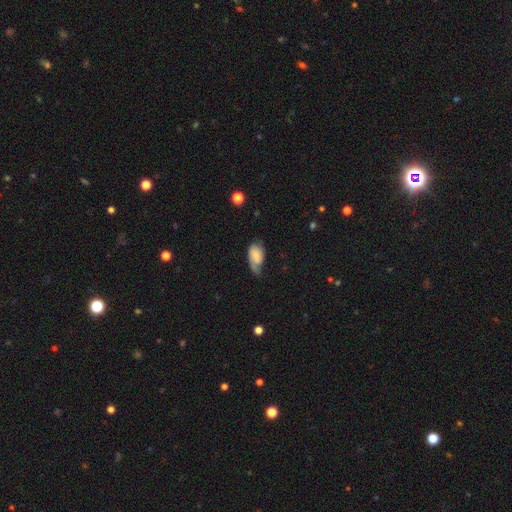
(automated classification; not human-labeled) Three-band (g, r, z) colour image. It shows a smooth galaxy with no disk features (56%) that is in between round and cigar-shaped (91%). Merging: minor disturbance (38%).